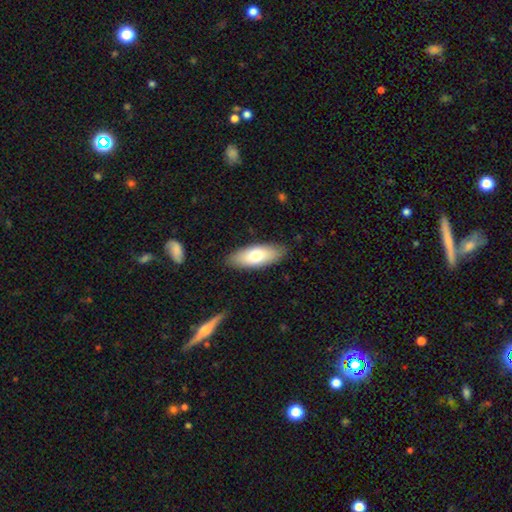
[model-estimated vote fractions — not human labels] A smooth galaxy with no disk features (71%) that is in between round and cigar-shaped (78%).

Vote fractions:
- Smooth or featured? smooth: 71% / featured or disk: 23% / star or artifact: 6%
- How rounded? in between: 78% / cigar-shaped: 20% / round: 2%
- Merging? none: 86% / minor disturbance: 10% / major disturbance: 2% / merger: 1%